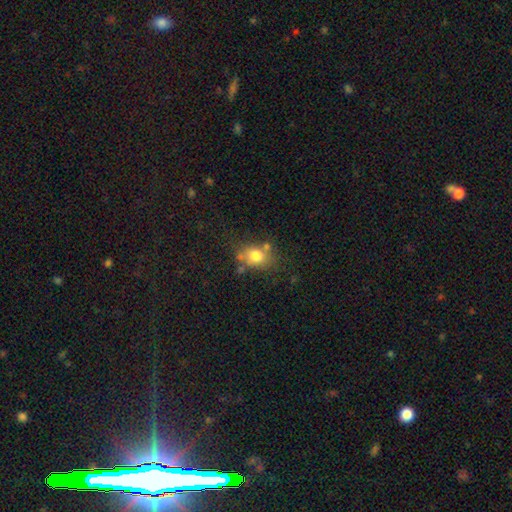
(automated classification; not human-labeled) This is likely a smooth galaxy (75%). How rounded: possibly round (50%). Merging: possibly none (58%).